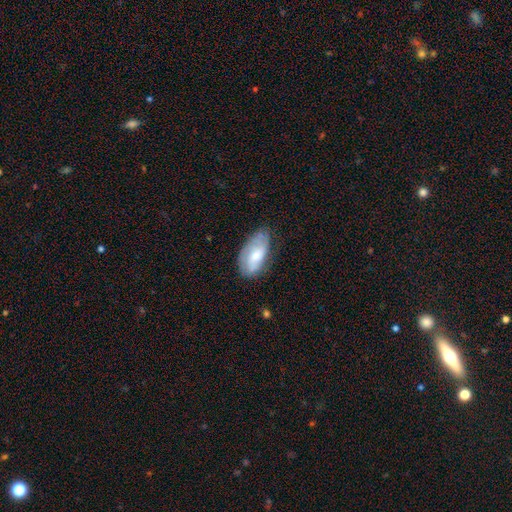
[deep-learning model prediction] Q: Smooth or featured?
A: featured or disk (49%); runner-up: smooth (45%)
Q: Merging?
A: none (65%); runner-up: minor disturbance (26%)